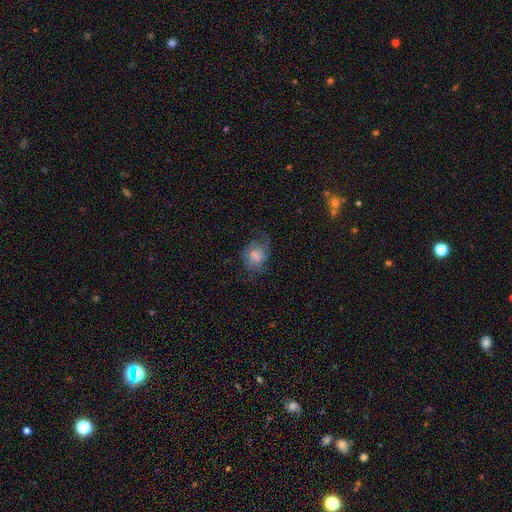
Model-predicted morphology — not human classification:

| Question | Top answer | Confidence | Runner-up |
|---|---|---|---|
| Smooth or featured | smooth | 67% | featured or disk (23%) |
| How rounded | in between | 52% | round (47%) |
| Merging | none | 52% | minor disturbance (27%) |